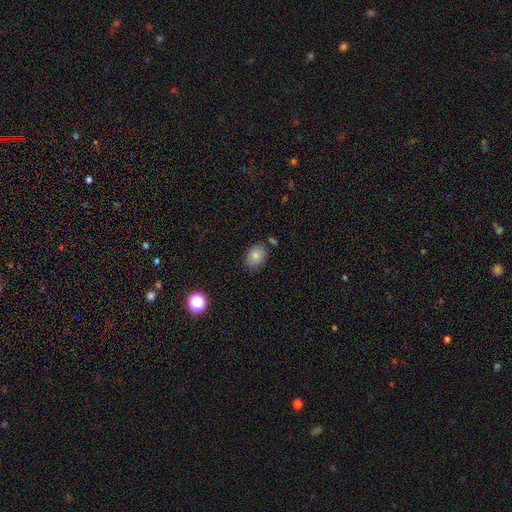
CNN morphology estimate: This appears to be a smooth galaxy with no disk features (81%) that is in between round and cigar-shaped (67%). Merging: none (78%).